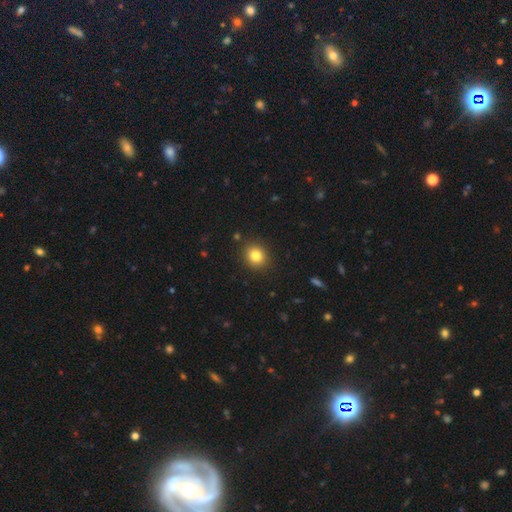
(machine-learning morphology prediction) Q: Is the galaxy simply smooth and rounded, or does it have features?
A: smooth — 82%.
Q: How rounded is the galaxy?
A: round — 84%.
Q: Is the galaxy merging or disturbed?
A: none — 90%.